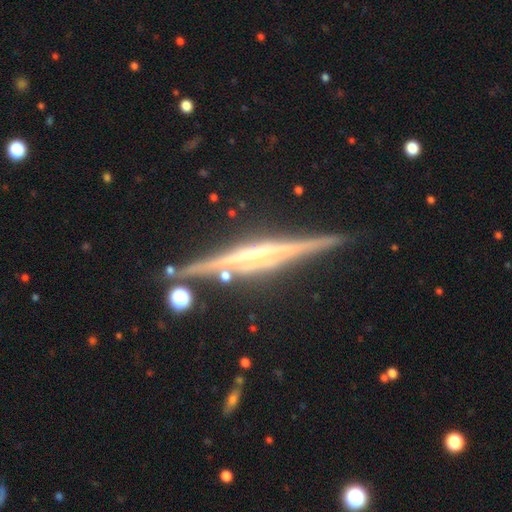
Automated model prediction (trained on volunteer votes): Smooth or featured? featured or disk (86%)
Edge-on disk? yes (98%)
Edge-on bulge? rounded (49%)
Merging? none (87%)